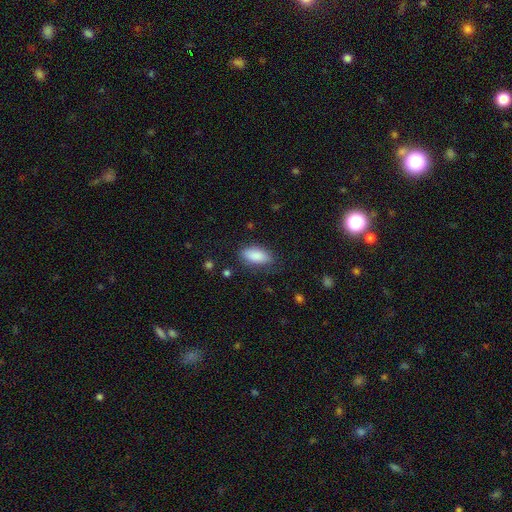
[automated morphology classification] Overall: smooth (88%). How rounded: in between (89%). Merging: none (78%).